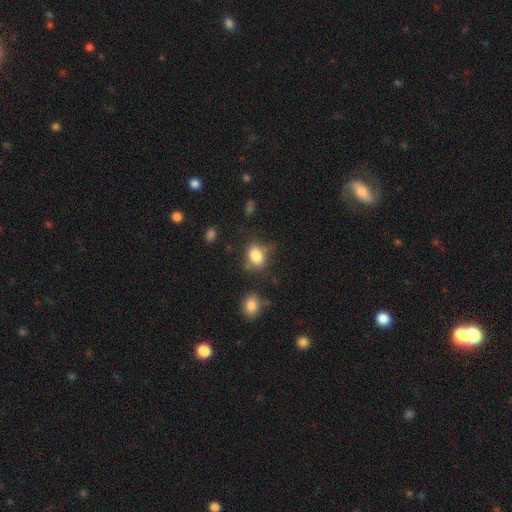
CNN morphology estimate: This appears to be a smooth galaxy with no disk features (82%) that is in between round and cigar-shaped (71%). Merging: none (60%).